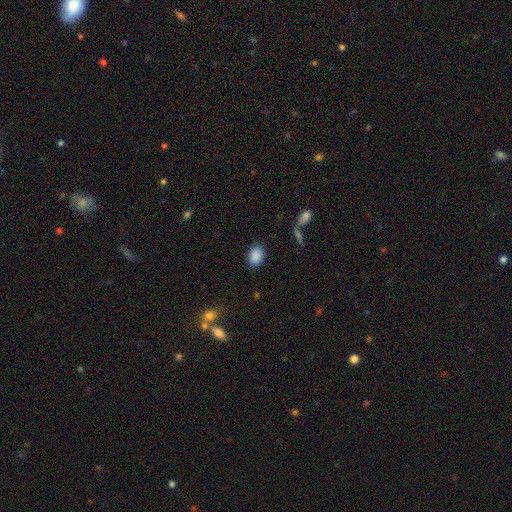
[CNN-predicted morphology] Overall: smooth (88%). How rounded: in between (73%). Merging: none (85%).